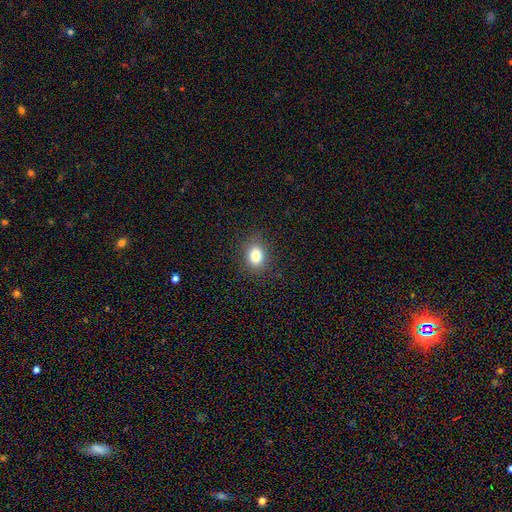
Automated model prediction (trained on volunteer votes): Overall: smooth (81%). How rounded: in between (58%; round 41%). Merging: none (86%).